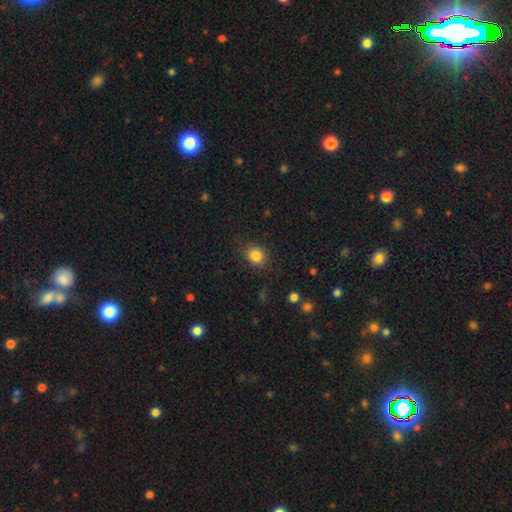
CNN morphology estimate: smooth-or-featured: smooth: 85% | star or artifact: 10% | featured or disk: 5%
  how-rounded: round: 67% | in between: 32% | cigar-shaped: 1%
  merging: none: 84% | minor disturbance: 11% | major disturbance: 4% | merger: 1%